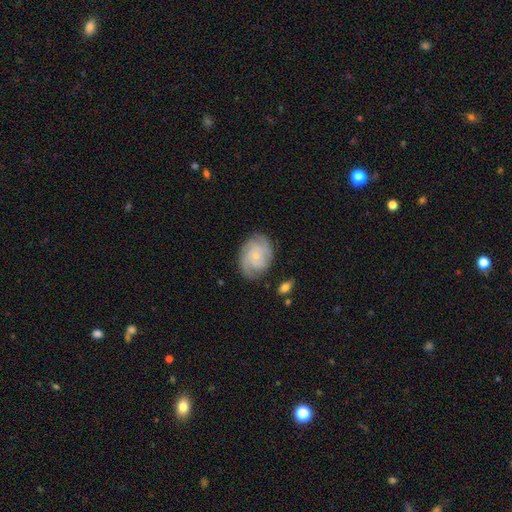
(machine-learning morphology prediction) A featured or disk galaxy (77%) with no bar (75%), 3 (30%) tight (60%) spiral arms (95%) and a small central bulge (79%). Merging: none (76%).